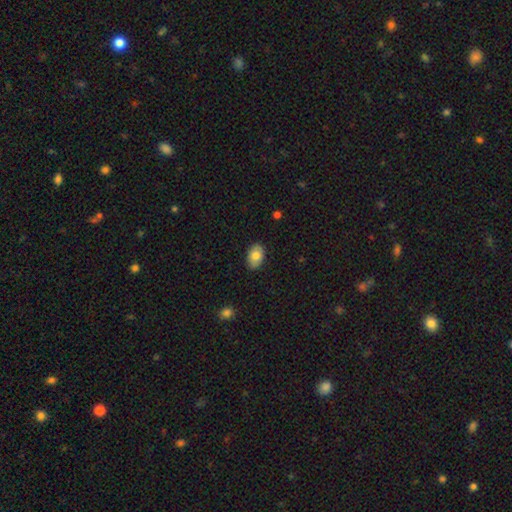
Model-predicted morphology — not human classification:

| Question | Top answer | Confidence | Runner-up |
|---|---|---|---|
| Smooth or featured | smooth | 77% | featured or disk (16%) |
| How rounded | in between | 89% | round (10%) |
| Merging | none | 87% | minor disturbance (10%) |